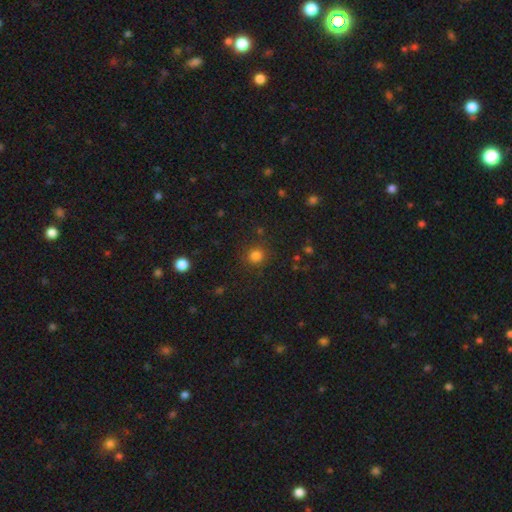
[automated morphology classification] smooth 81%, star or artifact 14%, featured or disk 5%. Down the decision tree: how rounded — round (90%); merging — none (86%).